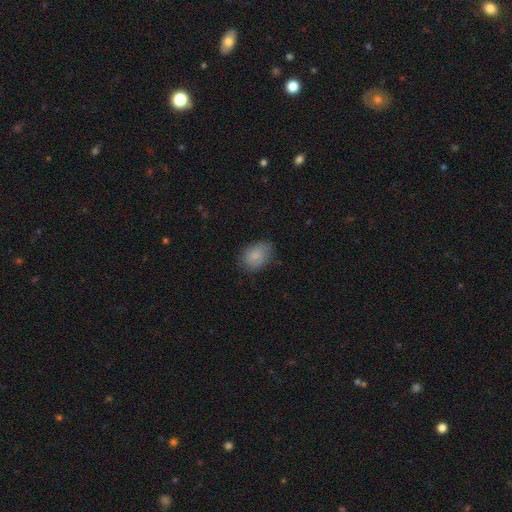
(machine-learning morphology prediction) smooth 86%, star or artifact 7%, featured or disk 6%. Down the decision tree: how rounded — in between (78%); merging — none (74%).